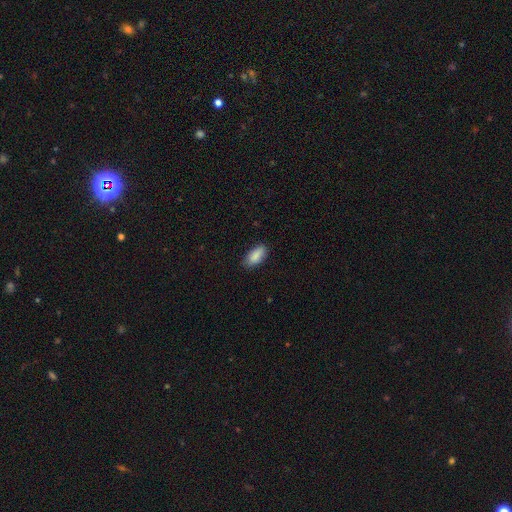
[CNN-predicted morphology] A smooth galaxy with no disk features (89%) that is in between round and cigar-shaped (90%).

Vote fractions:
- Smooth or featured? smooth: 89% / star or artifact: 6% / featured or disk: 5%
- How rounded? in between: 90% / cigar-shaped: 7% / round: 2%
- Merging? none: 84% / minor disturbance: 13% / major disturbance: 2% / merger: 1%